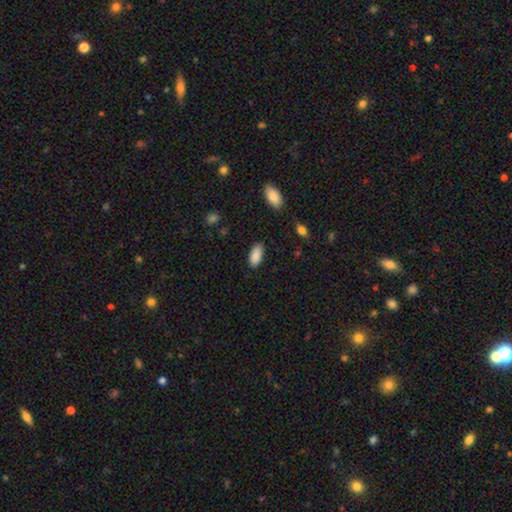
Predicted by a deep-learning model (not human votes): smooth 89%, star or artifact 7%, featured or disk 4%. Down the decision tree: how rounded — in between (91%); merging — none (83%).